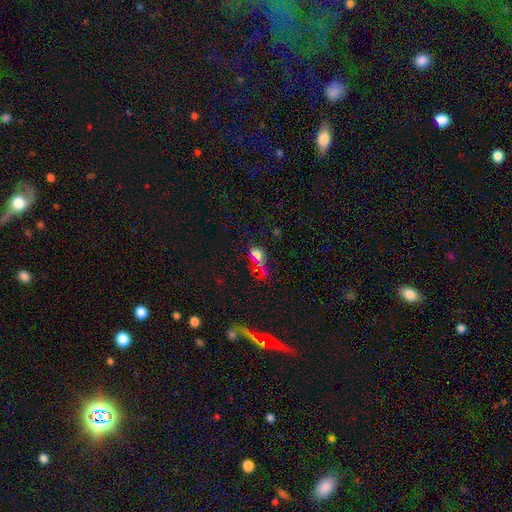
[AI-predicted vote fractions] Smooth or featured: smooth — 56% (star or artifact — 33%)
How rounded: in between — 71% (round — 25%)
Merging: none — 52% (minor disturbance — 19%)